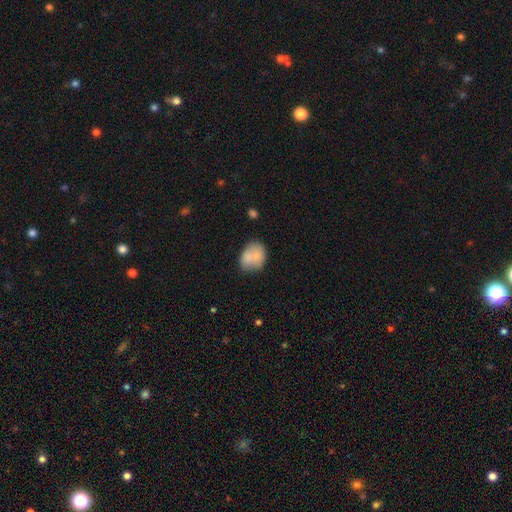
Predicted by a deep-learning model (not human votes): Smooth or featured? smooth (74%)
How rounded? in between (58%)
Merging? none (48%)